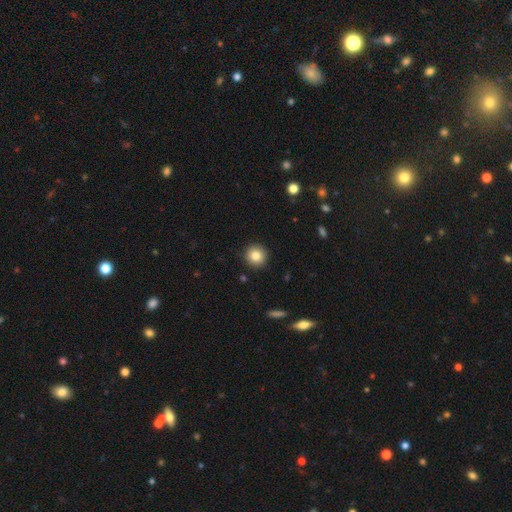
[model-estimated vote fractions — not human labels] Smooth or featured? Predicted: smooth (p=0.83). How rounded? Predicted: round (p=0.94). Merging? Predicted: none (p=0.92).